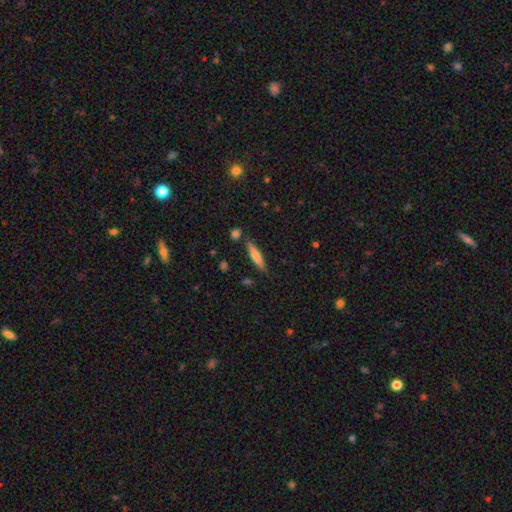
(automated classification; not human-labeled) smooth 62%, featured or disk 32%, star or artifact 6%. Down the decision tree: how rounded — cigar-shaped (87%); merging — none (83%).